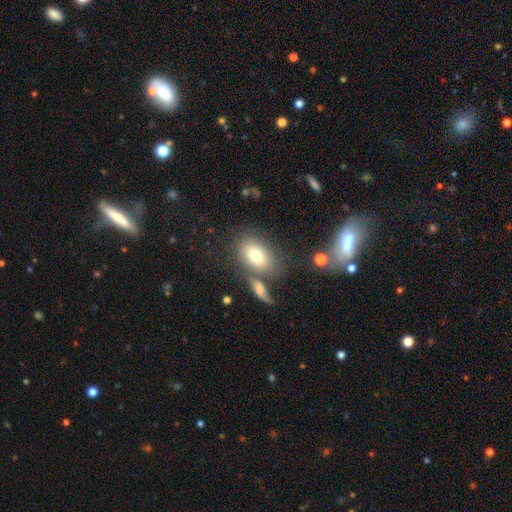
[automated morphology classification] Overall: smooth (74%). How rounded: in between (82%). Merging: none (64%).